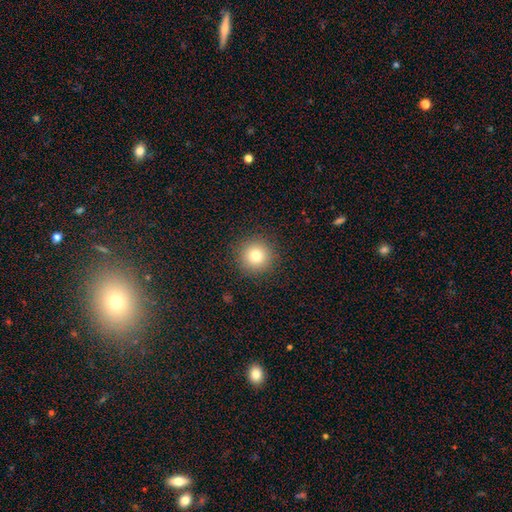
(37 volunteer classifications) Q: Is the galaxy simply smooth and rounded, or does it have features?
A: smooth — 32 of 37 (86%).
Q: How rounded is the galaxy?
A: round — 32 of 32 (100%).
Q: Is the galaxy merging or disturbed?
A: none — 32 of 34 (94%).